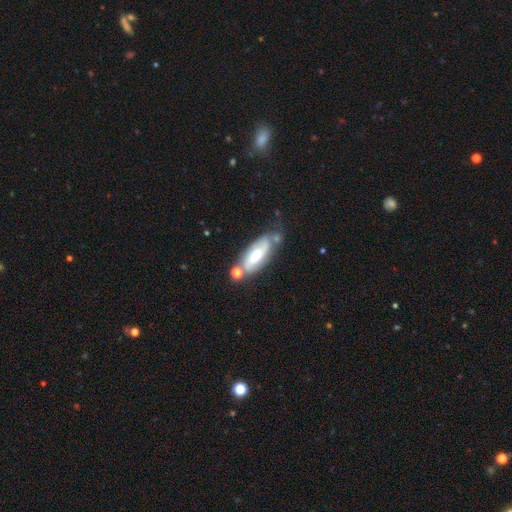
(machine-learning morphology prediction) Overall: featured or disk (62%; smooth 32%). Edge-on disk: no (84%). Bar: no (52%; weak 31%). Spiral arms: yes (78%). Bulge size: moderate (57%; small 38%). Merging: none (56%; minor disturbance 20%).